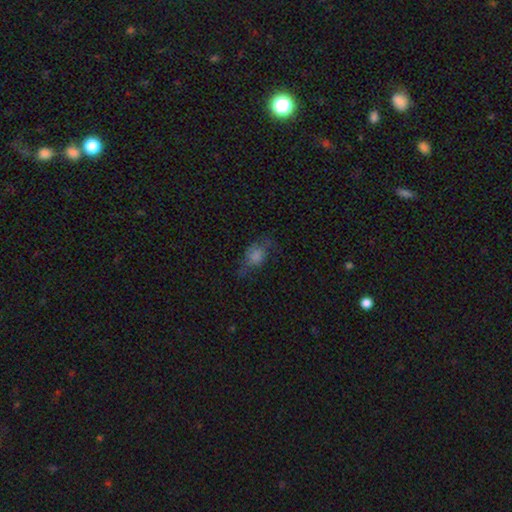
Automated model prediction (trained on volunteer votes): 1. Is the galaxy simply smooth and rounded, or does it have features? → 62% smooth, 23% featured or disk, 15% star or artifact.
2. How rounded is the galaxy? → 69% in between, 26% round, 5% cigar-shaped.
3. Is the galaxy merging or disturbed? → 48% none, 26% minor disturbance, 24% major disturbance, 2% merger.